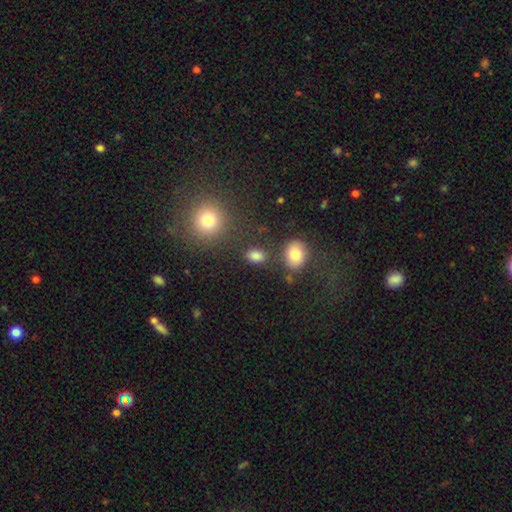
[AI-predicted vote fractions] This appears to be a smooth galaxy with no disk features (83%) that is in between round and cigar-shaped (78%). Merging: none (77%).